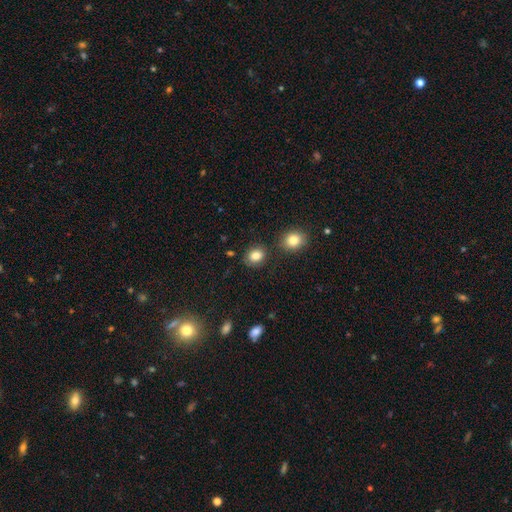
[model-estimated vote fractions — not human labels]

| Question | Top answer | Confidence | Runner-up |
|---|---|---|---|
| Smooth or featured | smooth | 84% | star or artifact (10%) |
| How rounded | round | 56% | in between (43%) |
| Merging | none | 80% | minor disturbance (12%) |